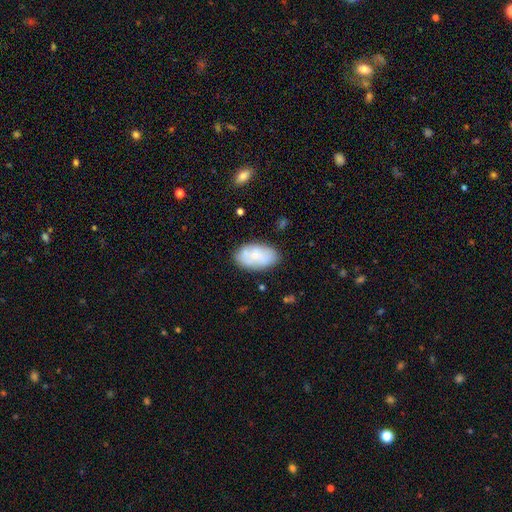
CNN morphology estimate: smooth_or_featured: smooth (p=0.65) [alt: featured or disk p=0.27]
how_rounded: in between (p=0.93) [alt: round p=0.05]
merging: none (p=0.71) [alt: minor disturbance p=0.19]